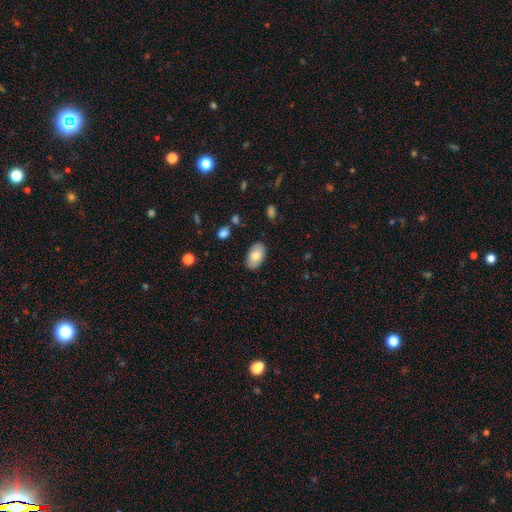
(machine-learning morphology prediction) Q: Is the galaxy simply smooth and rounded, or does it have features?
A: smooth — 78%.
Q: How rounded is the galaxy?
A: in between — 94%.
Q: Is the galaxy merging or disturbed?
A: none — 86%.